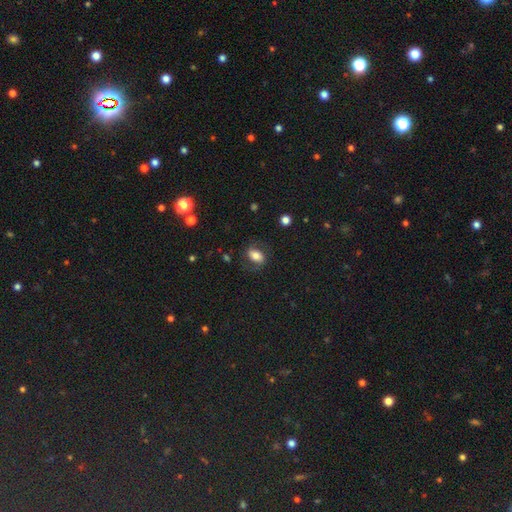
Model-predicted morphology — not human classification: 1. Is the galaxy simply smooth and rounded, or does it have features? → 62% smooth, 28% featured or disk, 11% star or artifact.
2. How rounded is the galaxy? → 81% in between, 16% round, 3% cigar-shaped.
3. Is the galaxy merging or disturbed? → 71% none, 17% minor disturbance, 11% major disturbance, 1% merger.